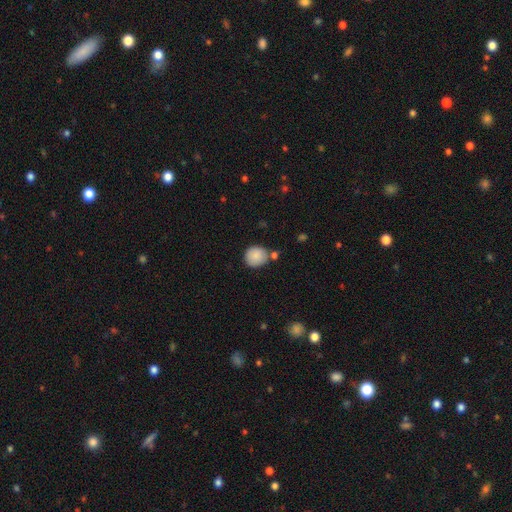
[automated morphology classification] smooth_or_featured: smooth (p=0.87) [alt: star or artifact p=0.07]
how_rounded: round (p=0.83) [alt: in between p=0.16]
merging: none (p=0.71) [alt: minor disturbance p=0.15]